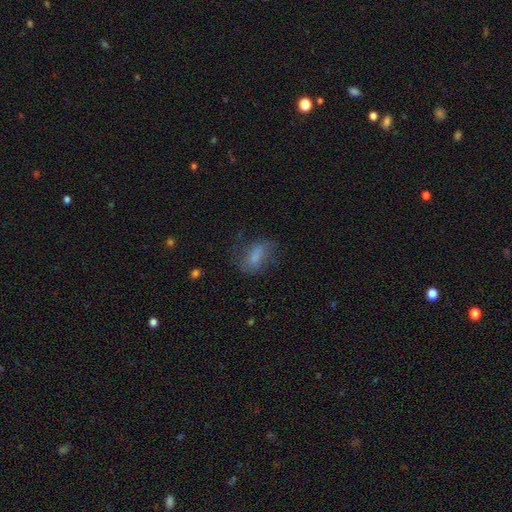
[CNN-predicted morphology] smooth_or_featured: smooth (p=0.63) [alt: featured or disk p=0.26]
how_rounded: in between (p=0.78) [alt: round p=0.11]
merging: none (p=0.53) [alt: minor disturbance p=0.24]